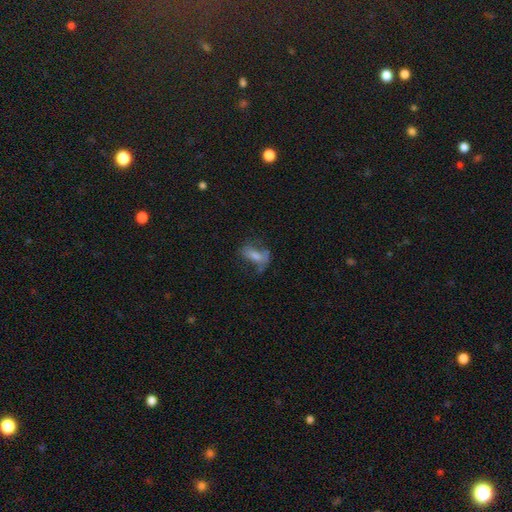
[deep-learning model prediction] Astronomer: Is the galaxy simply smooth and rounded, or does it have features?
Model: smooth — 53% (runner-up: featured or disk, 34%).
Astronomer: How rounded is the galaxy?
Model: in between — 82%.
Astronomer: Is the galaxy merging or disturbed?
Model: none — 36% (runner-up: major disturbance, 34%).